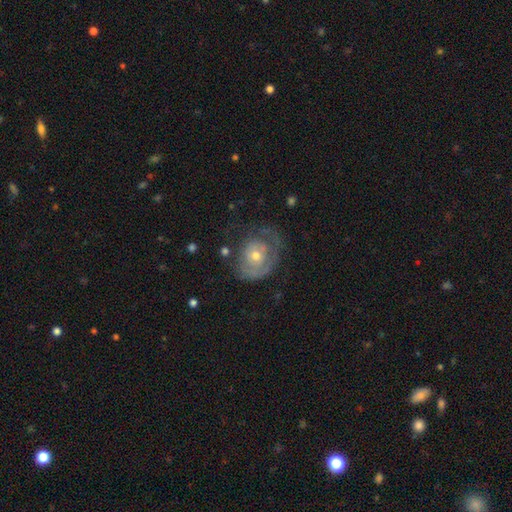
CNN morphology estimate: smooth-or-featured: featured or disk: 63% | smooth: 30% | star or artifact: 7%
  disk-edge-on: no: 96% | yes: 4%
    bar: no: 83% | weak: 15% | strong: 3%
    has-spiral-arms: yes: 64% | no: 36%
    bulge-size: moderate: 50% | small: 46% | large: 2% | none: 1% | dominant: 1%
  merging: none: 46% | major disturbance: 27% | minor disturbance: 24% | merger: 2%